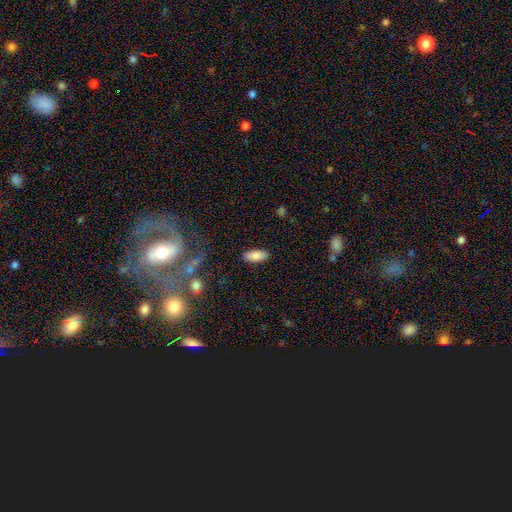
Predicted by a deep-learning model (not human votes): Smooth or featured?
  - smooth: 85% *
  - featured or disk: 8%
  - star or artifact: 7%
How rounded?
  - in between: 83% *
  - cigar-shaped: 15%
  - round: 2%
Merging?
  - none: 87% *
  - minor disturbance: 9%
  - major disturbance: 2%
  - merger: 1%